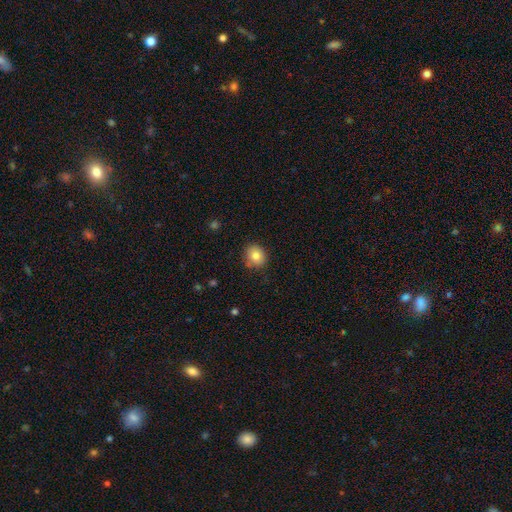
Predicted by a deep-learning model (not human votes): Smooth or featured?
  - smooth: 81% *
  - star or artifact: 10%
  - featured or disk: 9%
How rounded?
  - round: 77% *
  - in between: 22%
  - cigar-shaped: 1%
Merging?
  - none: 83% *
  - minor disturbance: 12%
  - major disturbance: 2%
  - merger: 2%